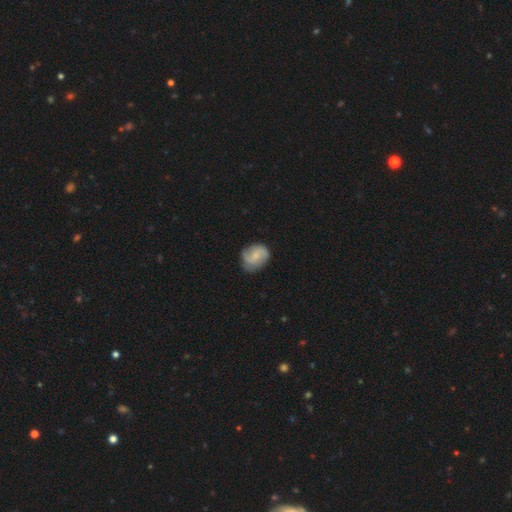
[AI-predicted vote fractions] This is possibly a featured or disk galaxy (56%). It is clearly not viewed edge-on (98%). Bar: likely no (63%). Spiral arm pattern: clearly yes (90%). Central bulge: possibly small (53%). Merging: likely none (68%).